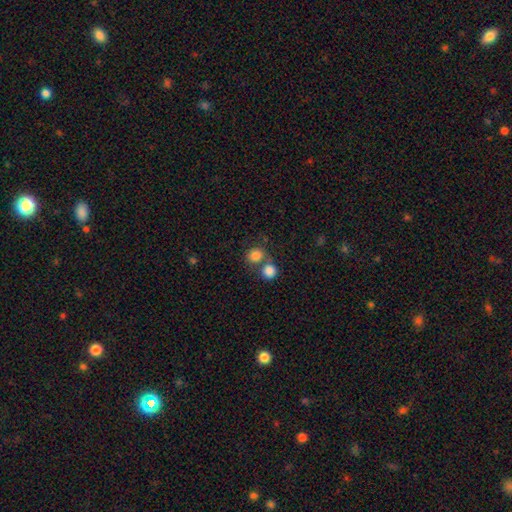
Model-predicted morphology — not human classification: Overall: smooth (83%). How rounded: round (78%). Merging: none (54%; merger 35%).